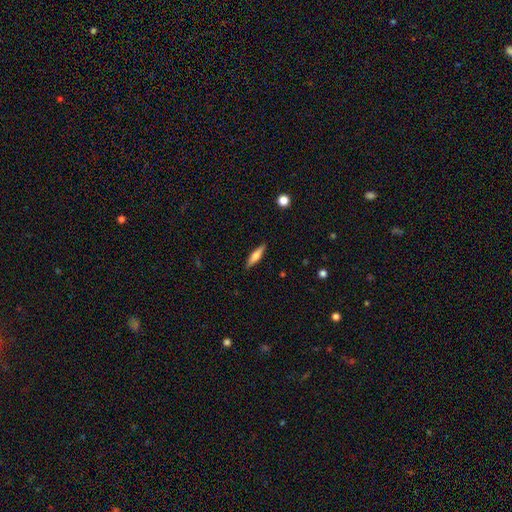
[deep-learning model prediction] Smooth or featured?
  - smooth: 55% *
  - featured or disk: 39%
  - star or artifact: 6%
How rounded?
  - cigar-shaped: 75% *
  - in between: 23%
  - round: 2%
Merging?
  - none: 89% *
  - minor disturbance: 8%
  - major disturbance: 2%
  - merger: 1%